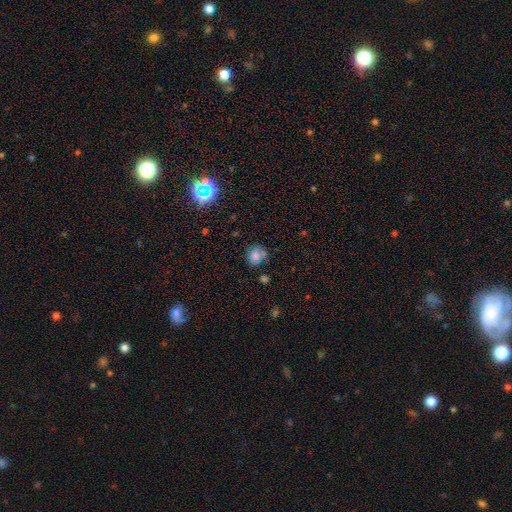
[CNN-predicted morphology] Smooth or featured? Predicted: smooth (p=0.74). How rounded? Predicted: round (p=0.76). Merging? Predicted: none (p=0.64).